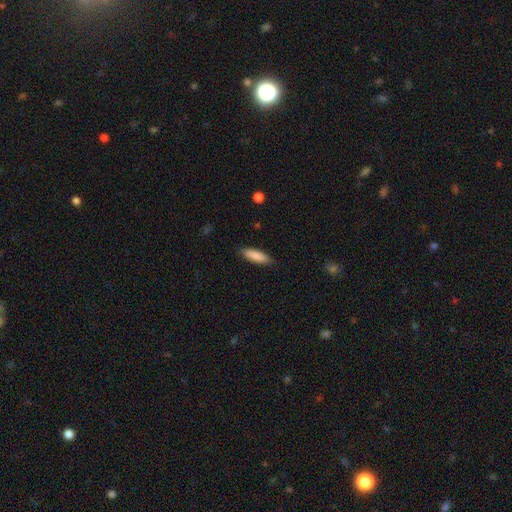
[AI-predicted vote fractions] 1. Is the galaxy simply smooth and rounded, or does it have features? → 86% smooth, 8% featured or disk, 6% star or artifact.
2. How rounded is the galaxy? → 56% cigar-shaped, 42% in between, 1% round.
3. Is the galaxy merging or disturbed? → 87% none, 10% minor disturbance, 2% major disturbance, 1% merger.